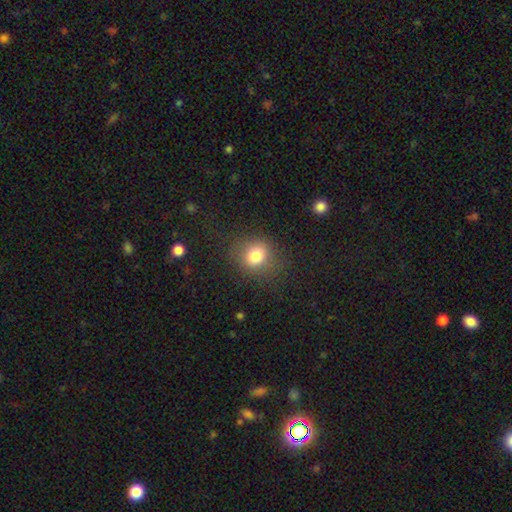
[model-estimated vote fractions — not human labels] Smooth or featured?
  - smooth: 80% *
  - star or artifact: 12%
  - featured or disk: 8%
How rounded?
  - round: 70% *
  - in between: 29%
  - cigar-shaped: 1%
Merging?
  - none: 78% *
  - minor disturbance: 13%
  - major disturbance: 7%
  - merger: 1%